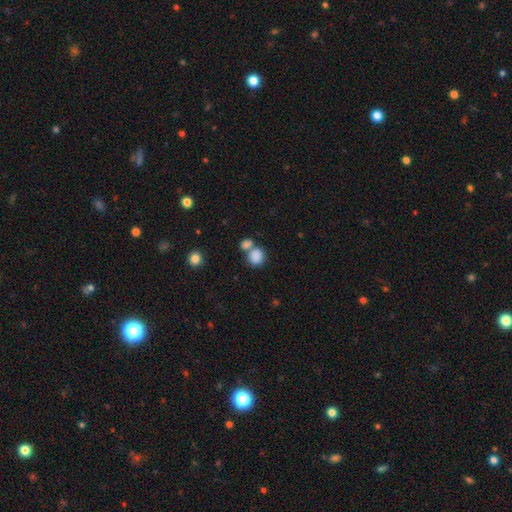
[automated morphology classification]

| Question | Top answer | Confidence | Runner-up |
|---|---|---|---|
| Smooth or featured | smooth | 85% | star or artifact (9%) |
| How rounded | round | 71% | in between (28%) |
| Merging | none | 43% | tied: merger (43%) |